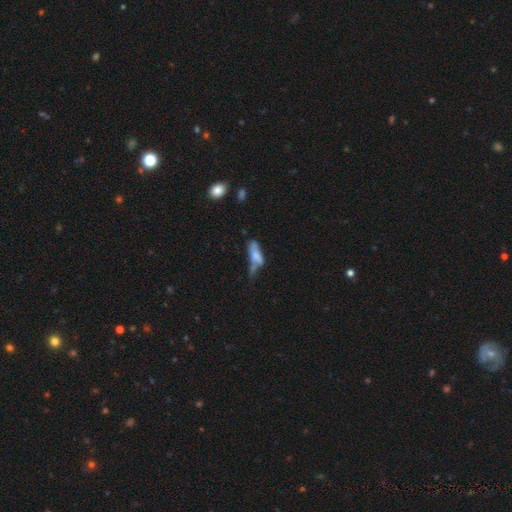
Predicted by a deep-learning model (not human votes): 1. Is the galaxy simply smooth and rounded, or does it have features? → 59% smooth, 31% featured or disk, 10% star or artifact.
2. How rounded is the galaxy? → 61% in between, 37% cigar-shaped, 3% round.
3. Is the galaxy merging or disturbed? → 31% major disturbance, 27% minor disturbance, 24% none, 18% merger.